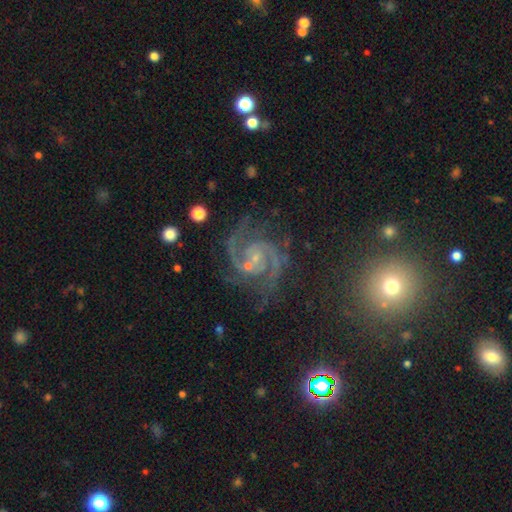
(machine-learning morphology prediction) smooth-or-featured: featured or disk: 89% | star or artifact: 8% | smooth: 3%
  disk-edge-on: no: 98% | yes: 2%
    bar: no: 56% | weak: 34% | strong: 10%
    has-spiral-arms: yes: 98% | no: 2%
      spiral-winding: medium: 55% | tight: 36% | loose: 9%
      spiral-arm-count: 2: 78% | 3: 10% | can't tell: 4% | 4: 3% | 1: 3% | more than 4: 3%
    bulge-size: small: 75% | moderate: 17% | none: 5% | large: 1% | dominant: 1%
  merging: none: 69% | minor disturbance: 17% | major disturbance: 8% | merger: 6%